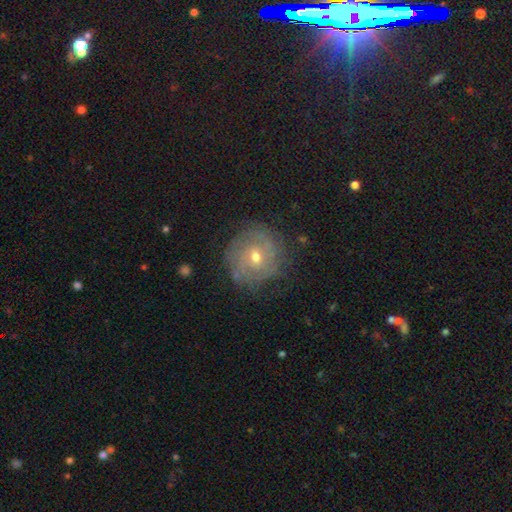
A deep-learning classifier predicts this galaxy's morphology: Smooth or featured? Predicted: featured or disk (p=0.72). Edge-on disk? Predicted: no (p=0.97). Bar? Predicted: no (p=0.60). Spiral arms? Predicted: yes (p=0.86). Spiral winding? Predicted: tight (p=0.70). Spiral arm count? Predicted: can't tell (p=0.44). Bulge size? Predicted: moderate (p=0.56). Merging? Predicted: none (p=0.77).